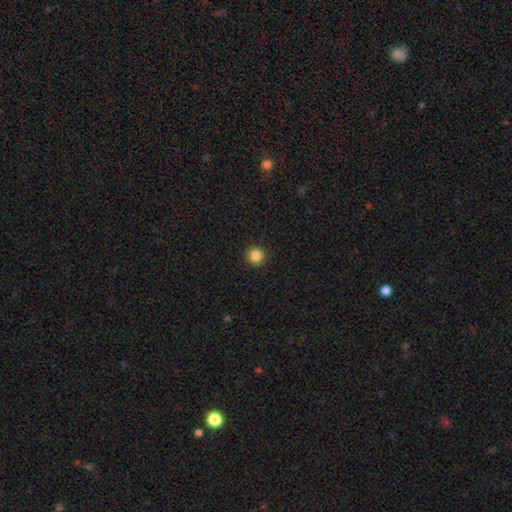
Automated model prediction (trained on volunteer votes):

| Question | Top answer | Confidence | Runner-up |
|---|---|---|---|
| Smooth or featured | smooth | 87% | star or artifact (10%) |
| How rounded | round | 94% | in between (5%) |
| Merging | none | 92% | minor disturbance (5%) |